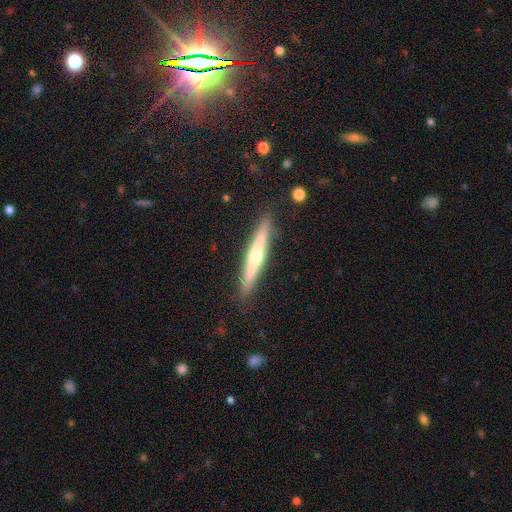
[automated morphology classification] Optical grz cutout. It shows a featured or disk galaxy (59%) viewed edge-on (96%) with a rounded central bulge (81%). Merging: none (90%).